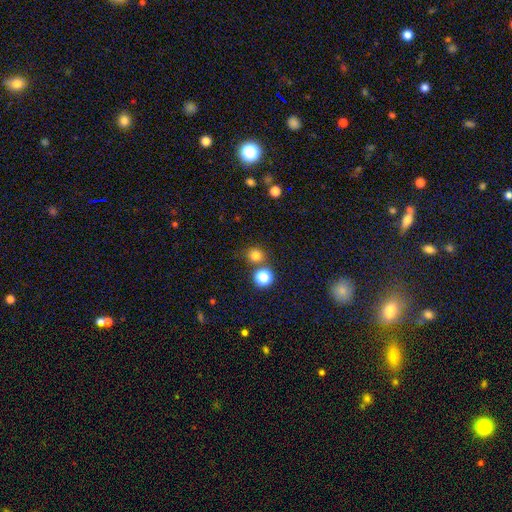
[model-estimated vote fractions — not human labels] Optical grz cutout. It shows a smooth galaxy with no disk features (78%) that is round (90%). Merging: none (75%).